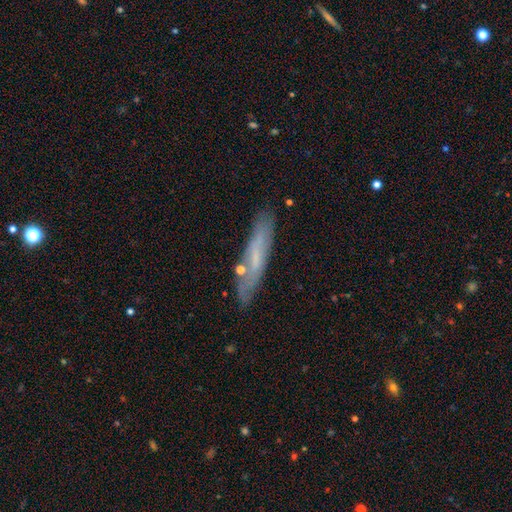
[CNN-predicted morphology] type=featured or disk (47%); merging=none (78%).